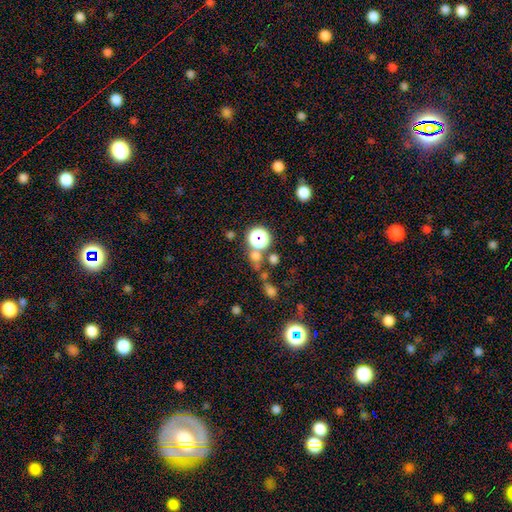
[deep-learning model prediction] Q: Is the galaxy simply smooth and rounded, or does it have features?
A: smooth — 54%.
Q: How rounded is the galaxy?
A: round — 80%.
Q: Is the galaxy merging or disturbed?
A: none — 57%.